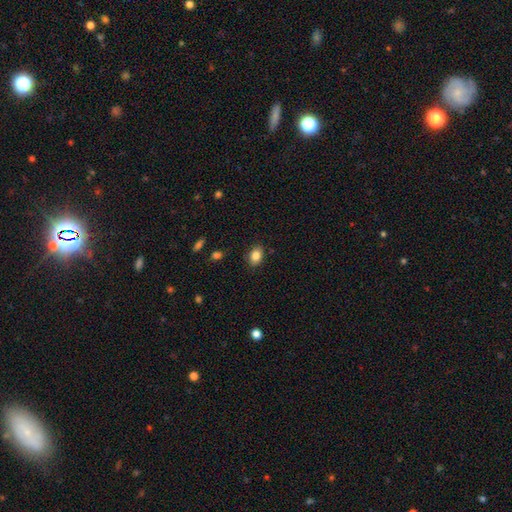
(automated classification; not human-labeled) Morphology: type=smooth (85%); roundness=in between (76%); merging=none (85%).